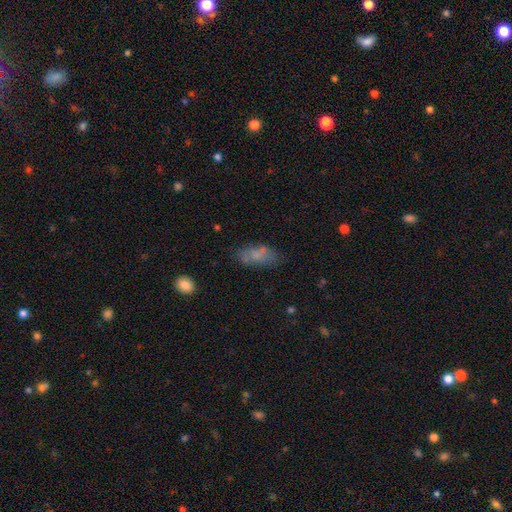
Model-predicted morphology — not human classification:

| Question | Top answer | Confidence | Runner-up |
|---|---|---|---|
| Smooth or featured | smooth | 66% | featured or disk (23%) |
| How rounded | in between | 83% | cigar-shaped (13%) |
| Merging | none | 63% | minor disturbance (22%) |